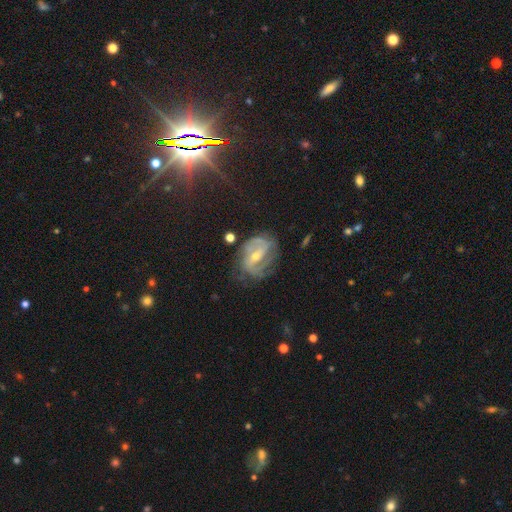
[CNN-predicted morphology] The model was most divided on "bulge size": moderate: 49%, small: 48%, large: 1%, none: 1%, dominant: 1%. Remaining: edge-on disk — no (96%); spiral arms — yes (92%); smooth or featured — featured or disk (79%); merging — none (66%); spiral arm count — 2 (50%); bar — weak (43%); spiral winding — medium (42%).